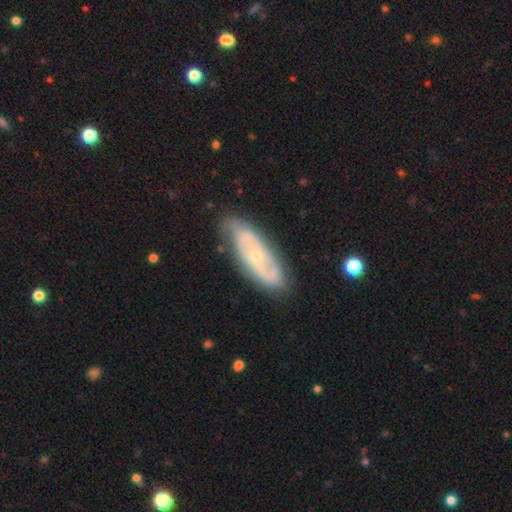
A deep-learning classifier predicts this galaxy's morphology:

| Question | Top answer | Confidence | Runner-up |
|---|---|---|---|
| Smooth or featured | featured or disk | 74% | smooth (20%) |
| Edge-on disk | no | 88% | yes (12%) |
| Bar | no | 72% | weak (21%) |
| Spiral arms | yes | 77% | no (23%) |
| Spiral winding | tight | 45% | medium (38%) |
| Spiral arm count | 2 | 61% | can't tell (28%) |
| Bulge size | small | 68% | moderate (29%) |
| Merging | none | 74% | minor disturbance (20%) |